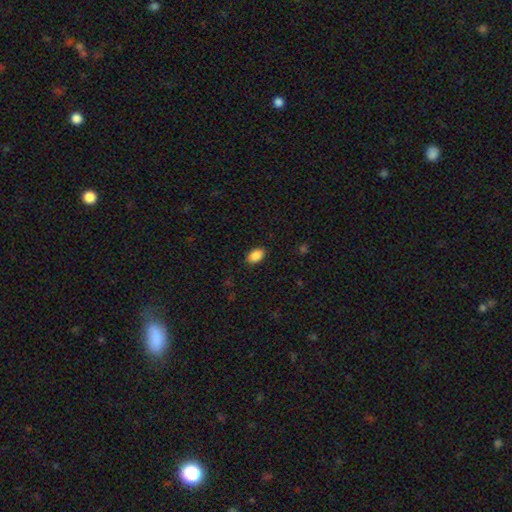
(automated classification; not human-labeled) The model was most divided on "merging": none: 88%, minor disturbance: 9%, major disturbance: 2%, merger: 1%. More confident: how rounded — in between (90%); smooth or featured — smooth (88%).